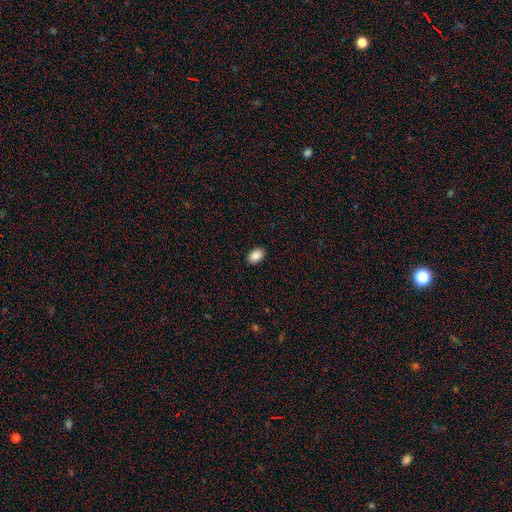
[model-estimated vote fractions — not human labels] This is clearly a smooth galaxy (89%). How rounded: clearly in between (91%). Merging: clearly none (90%).